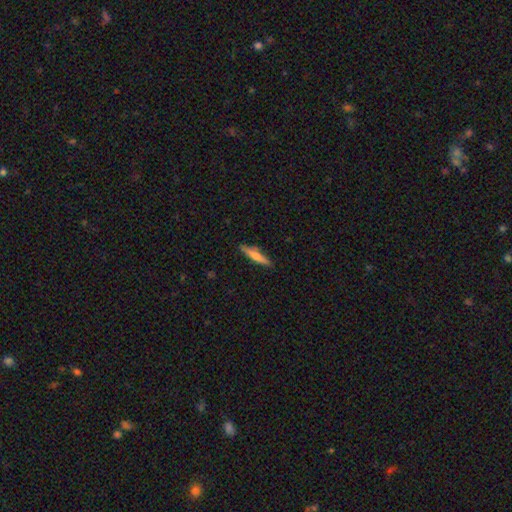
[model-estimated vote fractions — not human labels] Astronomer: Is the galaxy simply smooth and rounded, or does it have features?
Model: smooth — 58% (runner-up: featured or disk, 36%).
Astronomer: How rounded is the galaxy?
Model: cigar-shaped — 86%.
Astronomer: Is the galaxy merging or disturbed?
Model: none — 88%.